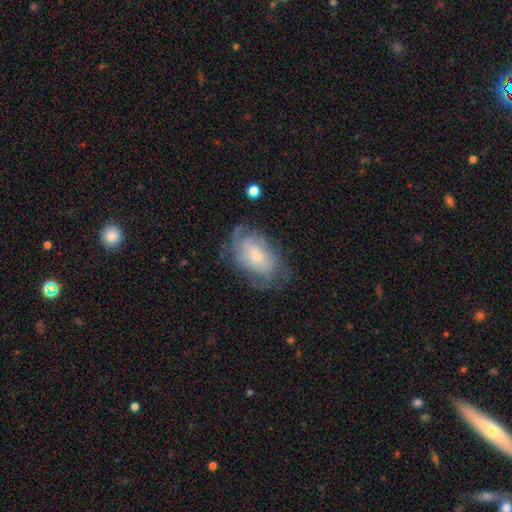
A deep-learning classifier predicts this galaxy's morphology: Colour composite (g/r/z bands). It shows a featured or disk galaxy (61%) with no bar (72%), spiral arms (80%) and a small central bulge (60%). Merging: none (63%).